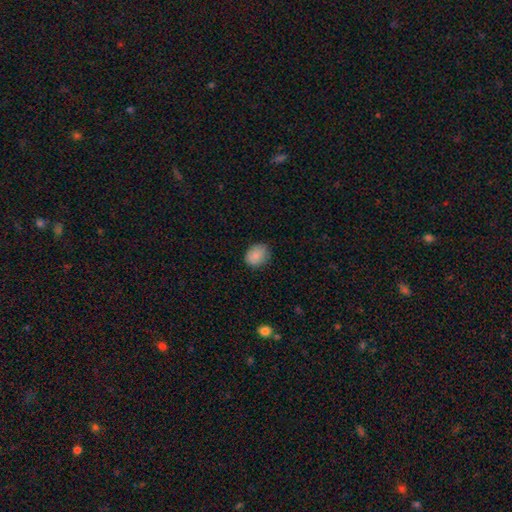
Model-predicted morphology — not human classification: Smooth or featured?
  - smooth: 87% *
  - star or artifact: 8%
  - featured or disk: 4%
How rounded?
  - in between: 51% *
  - round: 48%
  - cigar-shaped: 1%
Merging?
  - none: 78% *
  - minor disturbance: 18%
  - major disturbance: 3%
  - merger: 1%